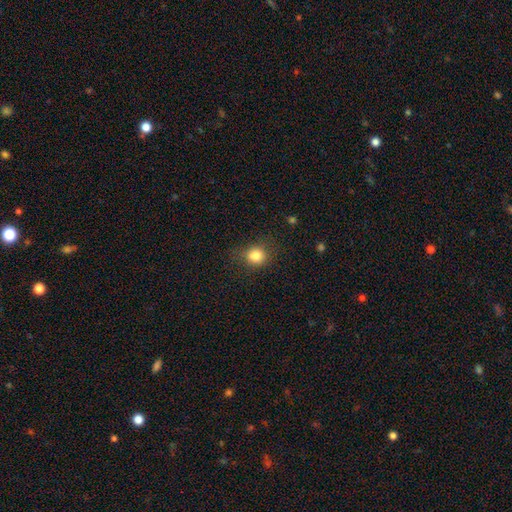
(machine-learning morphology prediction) A smooth galaxy with no disk features (83%) that is round (81%). Merging: none (77%).